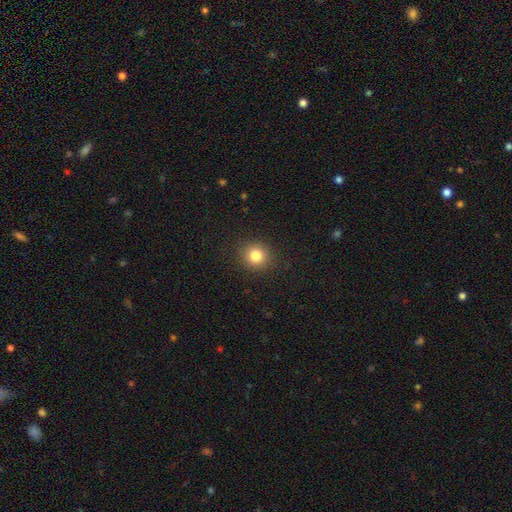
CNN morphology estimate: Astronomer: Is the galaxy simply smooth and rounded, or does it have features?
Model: smooth — 82%.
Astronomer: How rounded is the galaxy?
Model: round — 90%.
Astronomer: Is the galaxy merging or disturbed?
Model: none — 90%.